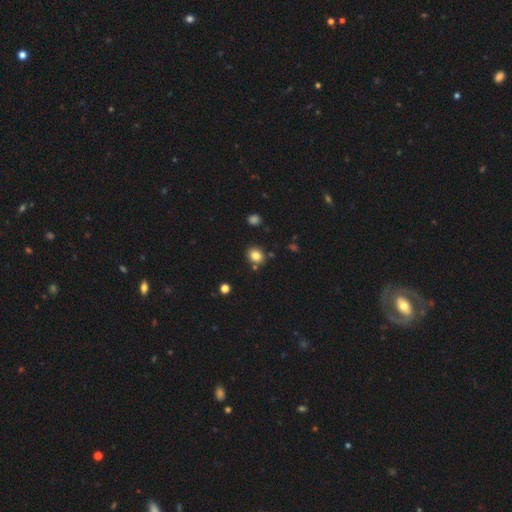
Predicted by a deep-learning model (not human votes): smooth-or-featured: smooth: 82% | star or artifact: 11% | featured or disk: 6%
  how-rounded: round: 63% | in between: 36% | cigar-shaped: 1%
  merging: none: 83% | minor disturbance: 10% | merger: 5% | major disturbance: 2%